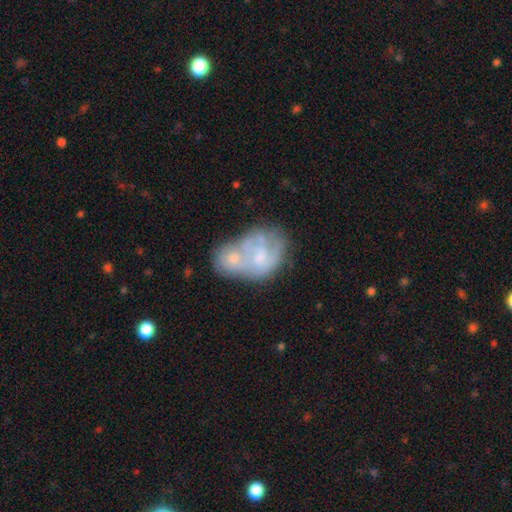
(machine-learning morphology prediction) featured or disk 55%, smooth 37%, star or artifact 9%. Down the decision tree: edge-on disk — no (97%); bar — no (78%); spiral arms — no (62%); bulge size — small (42%); merging — merger (61%).